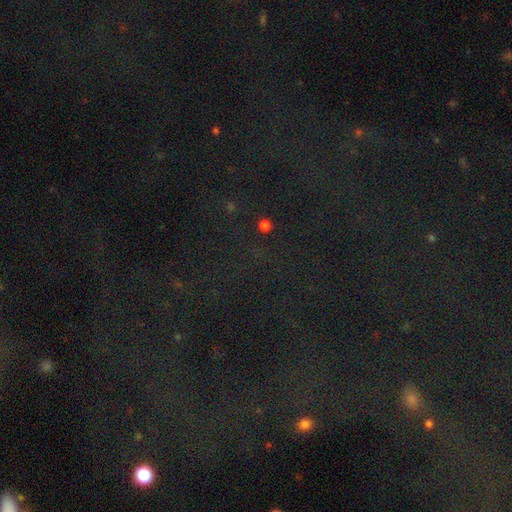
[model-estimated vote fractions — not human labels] Smooth or featured? star or artifact (77%)